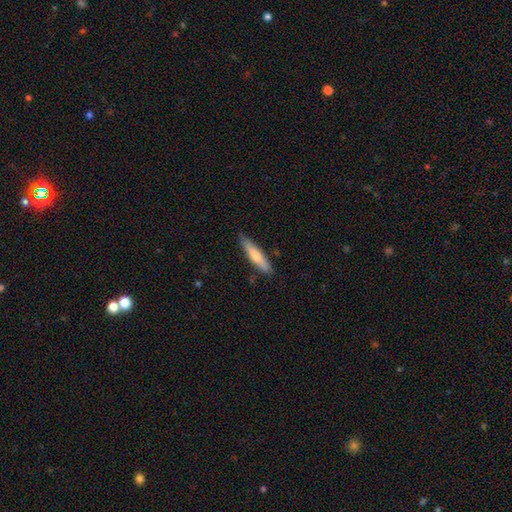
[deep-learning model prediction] This is likely a smooth galaxy (60%). How rounded: clearly cigar-shaped (88%). Merging: clearly none (86%).